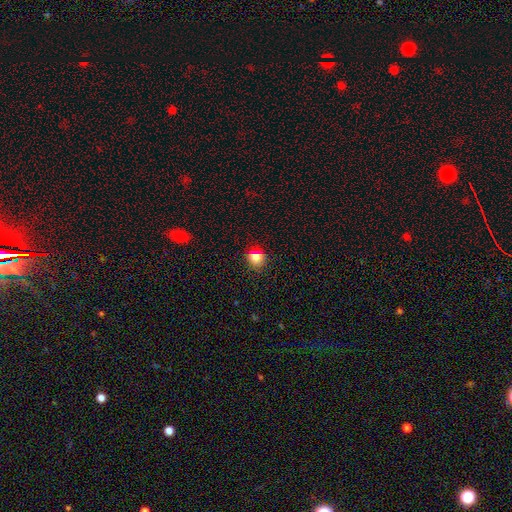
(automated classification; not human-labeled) A smooth galaxy with no disk features (81%) that is round (73%).

Vote fractions:
- Smooth or featured? smooth: 81% / star or artifact: 13% / featured or disk: 6%
- How rounded? round: 73% / in between: 26% / cigar-shaped: 1%
- Merging? none: 80% / minor disturbance: 14% / major disturbance: 4% / merger: 2%